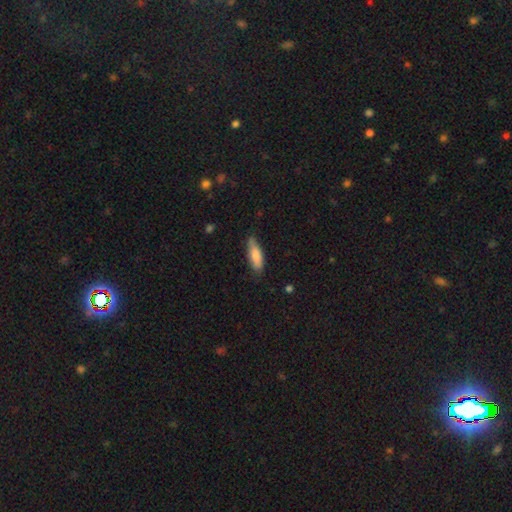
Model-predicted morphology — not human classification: Smooth or featured?
  - smooth: 80% *
  - featured or disk: 14%
  - star or artifact: 6%
How rounded?
  - in between: 54% *
  - cigar-shaped: 44%
  - round: 2%
Merging?
  - none: 72% *
  - minor disturbance: 23%
  - major disturbance: 4%
  - merger: 1%